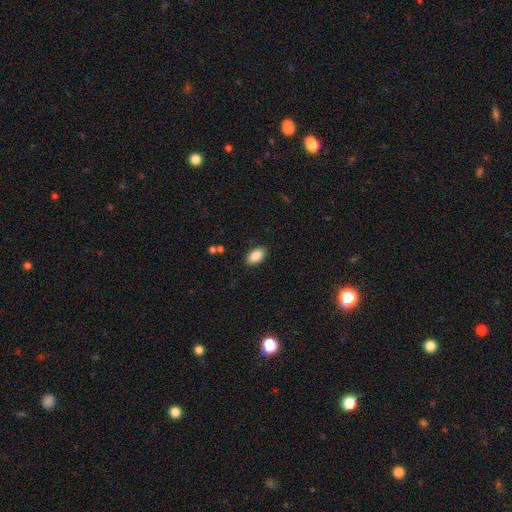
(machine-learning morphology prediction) Smooth or featured: smooth — 87% (star or artifact — 7%)
How rounded: in between — 93% (round — 5%)
Merging: none — 88% (minor disturbance — 8%)